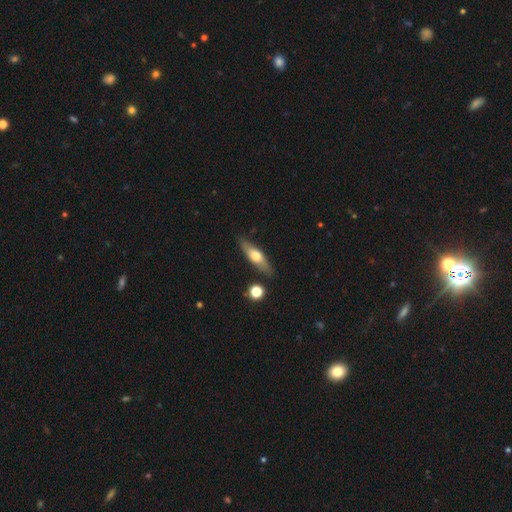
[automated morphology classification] Overall: smooth (48%; featured or disk 46%). Merging: none (83%).